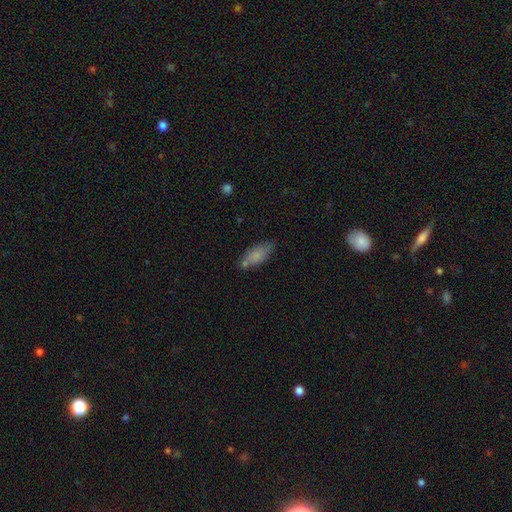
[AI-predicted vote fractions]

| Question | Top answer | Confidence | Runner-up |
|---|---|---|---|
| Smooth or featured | smooth | 75% | featured or disk (17%) |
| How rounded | in between | 72% | cigar-shaped (25%) |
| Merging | none | 65% | minor disturbance (21%) |